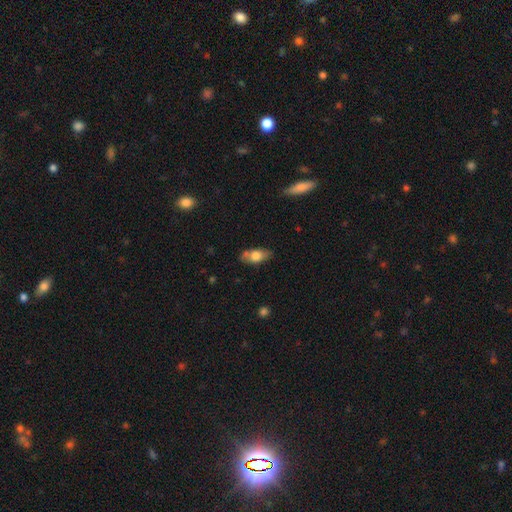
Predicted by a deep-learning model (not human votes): smooth 68%, featured or disk 25%, star or artifact 7%. Down the decision tree: how rounded — in between (84%); merging — none (69%).